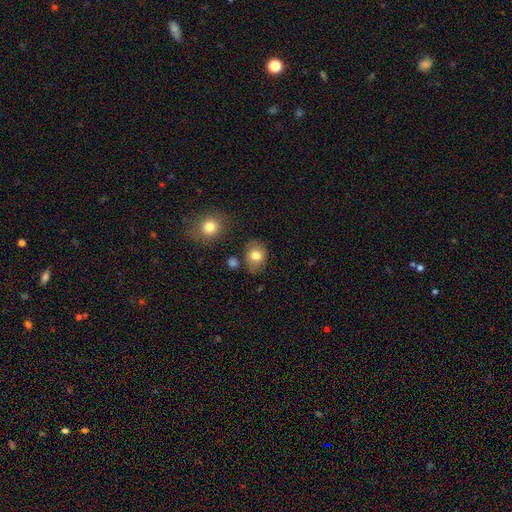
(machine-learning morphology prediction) Q: Smooth or featured?
A: smooth (79%); runner-up: featured or disk (12%)
Q: How rounded?
A: in between (55%); runner-up: round (44%)
Q: Merging?
A: none (77%); runner-up: minor disturbance (14%)